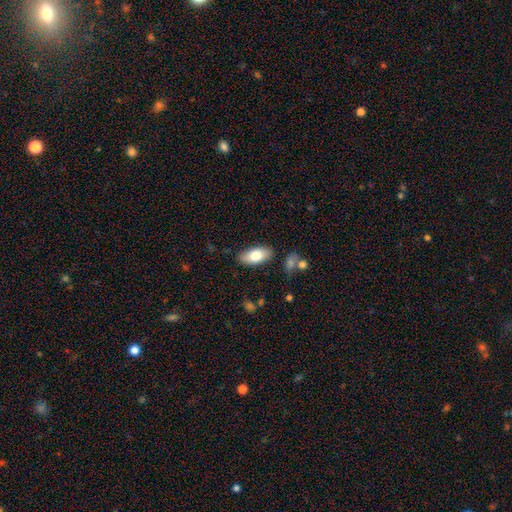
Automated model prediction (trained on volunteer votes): This is likely a smooth galaxy (77%). How rounded: clearly in between (91%). Merging: clearly none (84%).